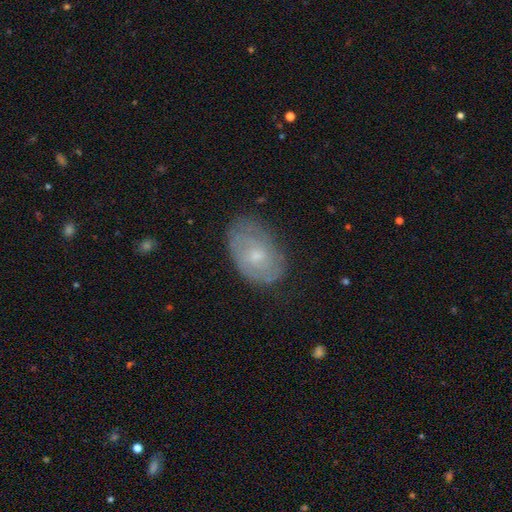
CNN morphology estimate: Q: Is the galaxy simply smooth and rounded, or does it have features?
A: featured or disk — 49%.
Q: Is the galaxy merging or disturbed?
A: none — 69%.